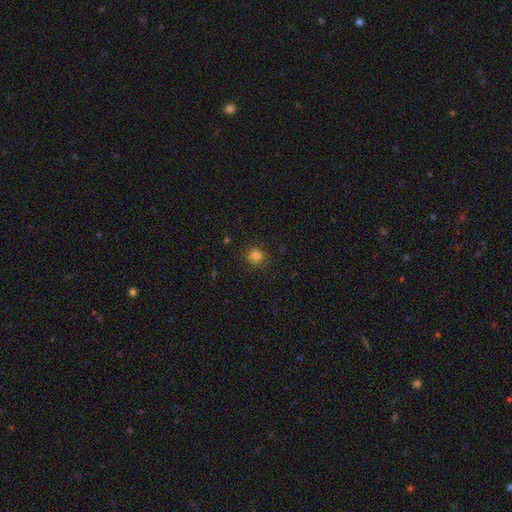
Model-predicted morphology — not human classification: Smooth or featured? smooth (82%)
How rounded? round (88%)
Merging? none (89%)